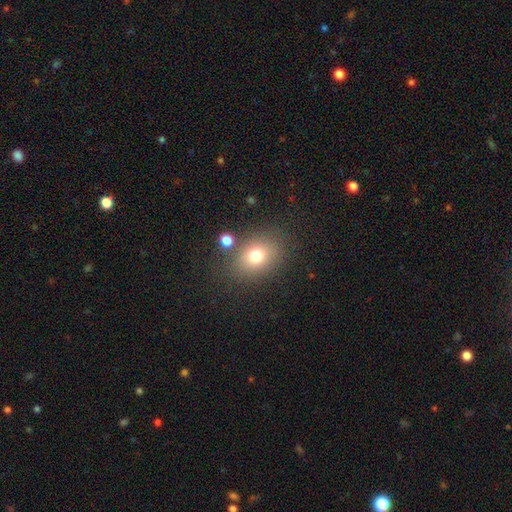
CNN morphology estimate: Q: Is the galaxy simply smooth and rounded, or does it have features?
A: smooth — 75%.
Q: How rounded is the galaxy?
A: in between — 59%.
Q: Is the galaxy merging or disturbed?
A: none — 76%.